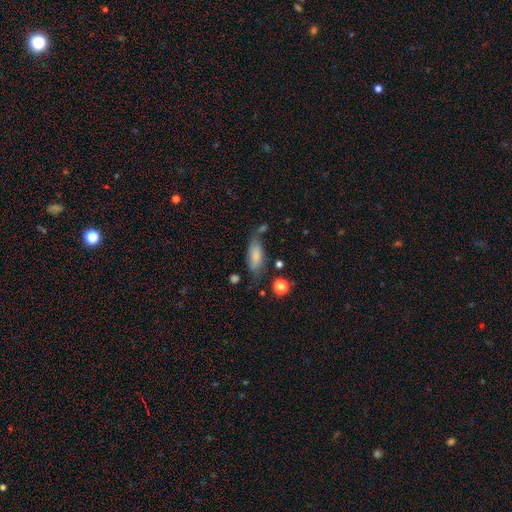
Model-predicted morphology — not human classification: Q: Smooth or featured?
A: smooth (71%); runner-up: featured or disk (21%)
Q: How rounded?
A: in between (77%); runner-up: cigar-shaped (20%)
Q: Merging?
A: none (50%); runner-up: minor disturbance (29%)